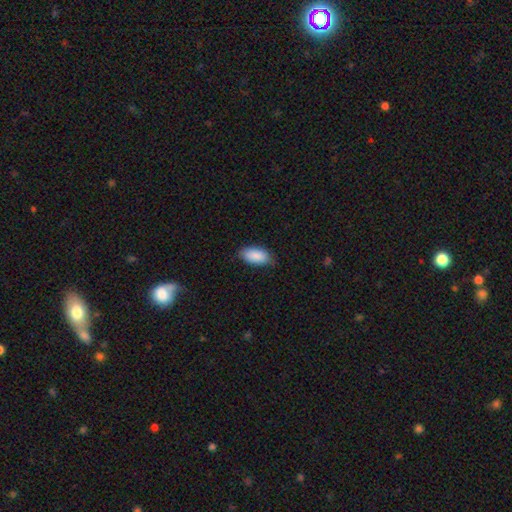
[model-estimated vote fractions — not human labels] smooth 88%, star or artifact 6%, featured or disk 5%. Down the decision tree: how rounded — in between (93%); merging — none (79%).